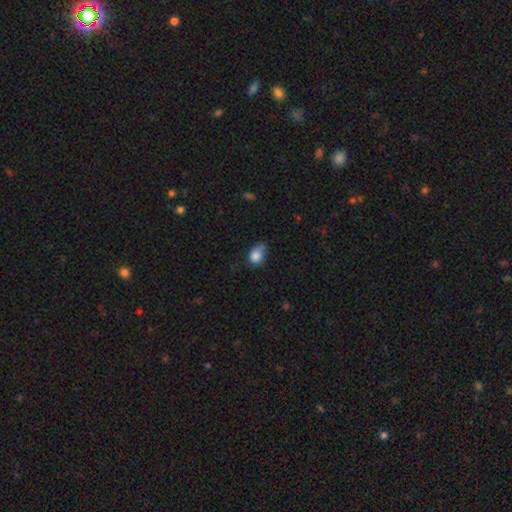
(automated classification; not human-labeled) Smooth or featured? smooth (83%)
How rounded? in between (66%)
Merging? minor disturbance (44%)